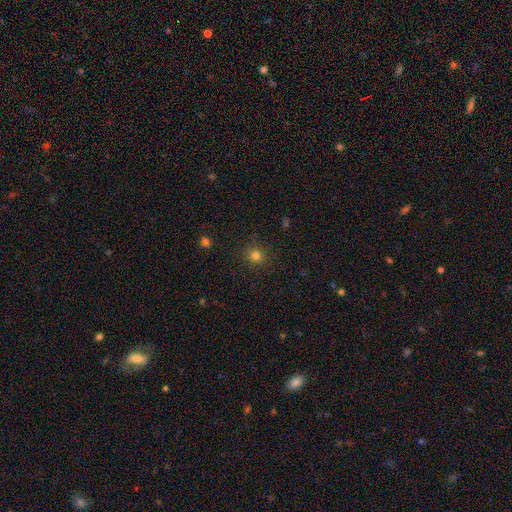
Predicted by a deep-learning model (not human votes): The model was most divided on "smooth or featured": smooth: 80%, star or artifact: 15%, featured or disk: 6%. More confident: merging — none (88%); how rounded — round (83%).